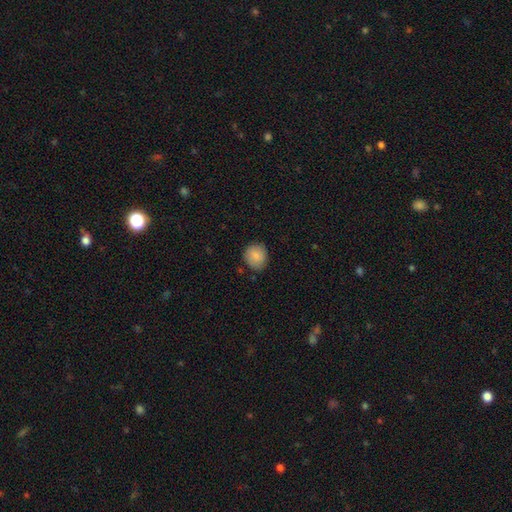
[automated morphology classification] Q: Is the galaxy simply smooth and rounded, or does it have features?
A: smooth — 85%.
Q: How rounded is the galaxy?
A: round — 80%.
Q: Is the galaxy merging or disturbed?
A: none — 79%.